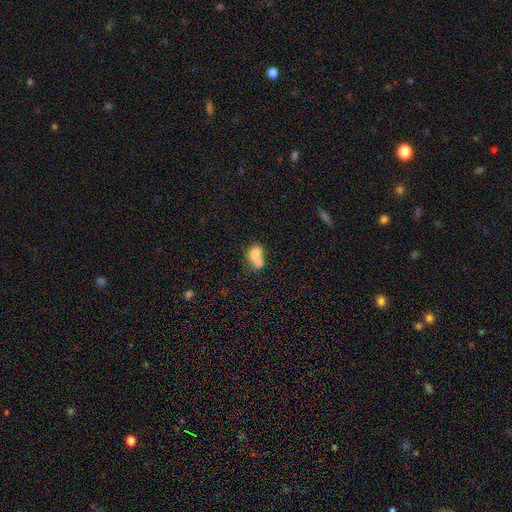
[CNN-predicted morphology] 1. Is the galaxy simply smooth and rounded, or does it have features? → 71% smooth, 19% featured or disk, 11% star or artifact.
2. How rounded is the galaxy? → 76% in between, 19% round, 5% cigar-shaped.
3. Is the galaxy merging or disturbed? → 49% merger, 22% none, 15% major disturbance, 15% minor disturbance.